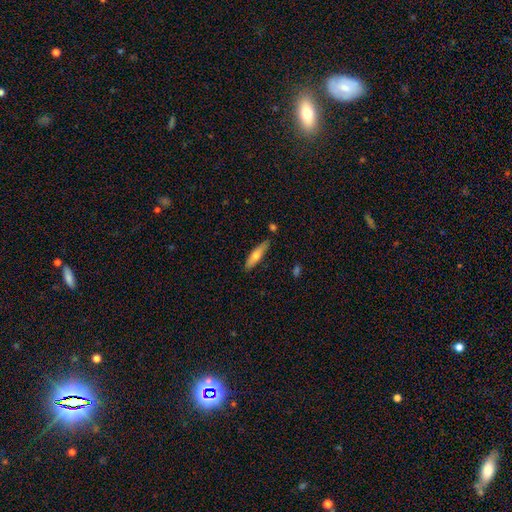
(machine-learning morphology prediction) This appears to be a smooth galaxy with no disk features (64%) that is cigar-shaped (73%). Merging: none (81%).